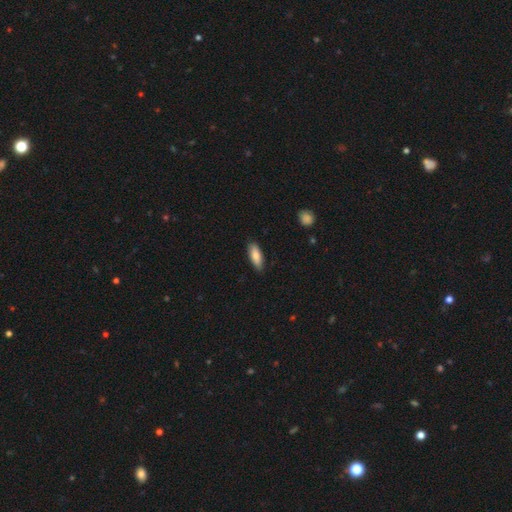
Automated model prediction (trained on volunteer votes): Smooth or featured? Predicted: smooth (p=0.80). How rounded? Predicted: in between (p=0.69). Merging? Predicted: none (p=0.85).